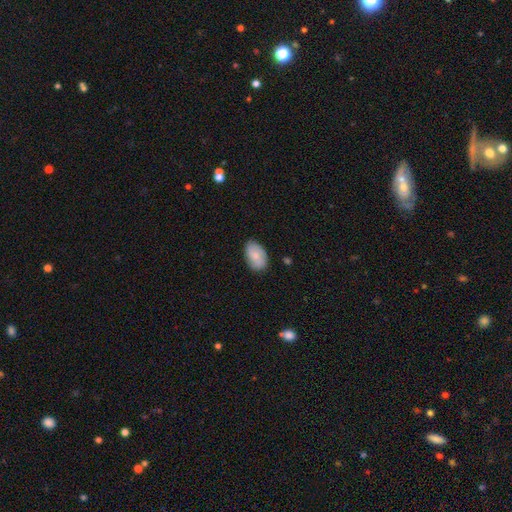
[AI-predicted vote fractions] smooth_or_featured: smooth (p=0.74) [alt: featured or disk p=0.19]
how_rounded: in between (p=0.91) [alt: round p=0.08]
merging: none (p=0.77) [alt: minor disturbance p=0.18]